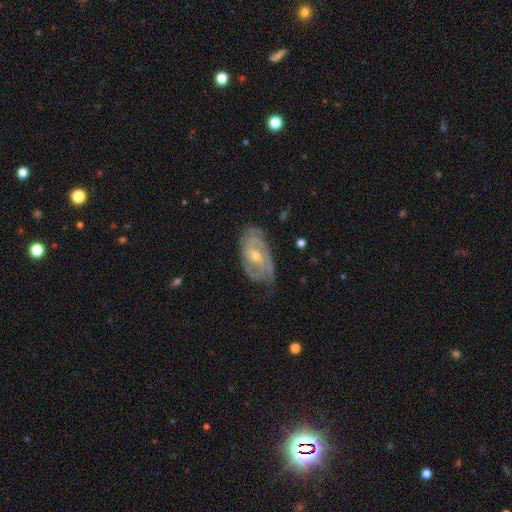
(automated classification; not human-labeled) A featured or disk galaxy (88%) with no bar (56%), 3 (34%) tight (62%) spiral arms (97%) and a small central bulge (49%). Merging: none (72%).